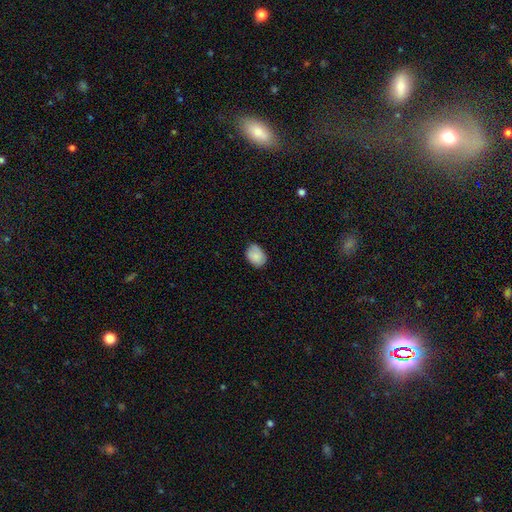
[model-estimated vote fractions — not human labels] smooth_or_featured: smooth (p=0.84) [alt: featured or disk p=0.09]
how_rounded: in between (p=0.68) [alt: round p=0.31]
merging: none (p=0.74) [alt: minor disturbance p=0.22]